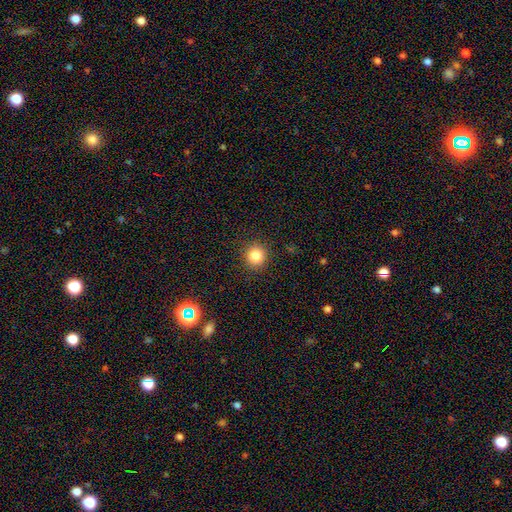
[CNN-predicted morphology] A smooth galaxy with no disk features (83%) that is round (90%).

Vote fractions:
- Smooth or featured? smooth: 83% / star or artifact: 12% / featured or disk: 5%
- How rounded? round: 90% / in between: 9% / cigar-shaped: 1%
- Merging? none: 91% / minor disturbance: 6% / major disturbance: 2% / merger: 1%